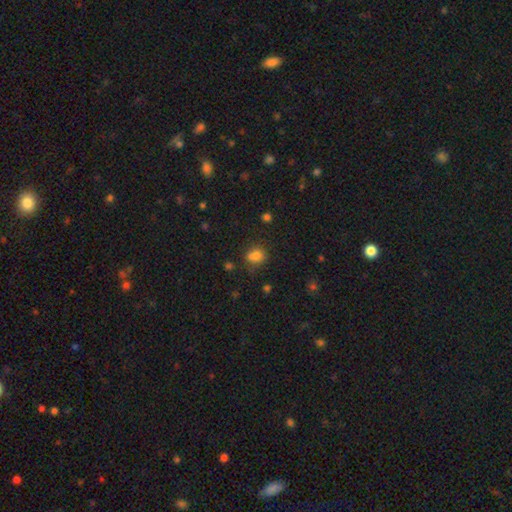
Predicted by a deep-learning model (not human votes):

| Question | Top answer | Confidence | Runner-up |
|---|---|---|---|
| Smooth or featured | smooth | 76% | star or artifact (15%) |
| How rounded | round | 55% | in between (44%) |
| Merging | none | 54% | minor disturbance (21%) |